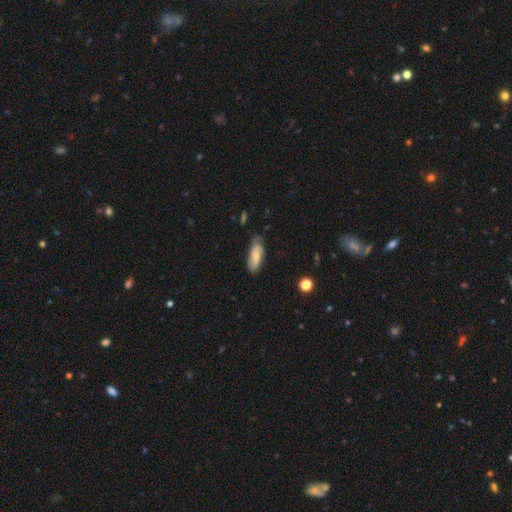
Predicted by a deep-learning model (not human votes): The model was most divided on "smooth or featured": smooth: 53%, featured or disk: 41%, star or artifact: 7%. More confident: how rounded — in between (75%); merging — none (63%).